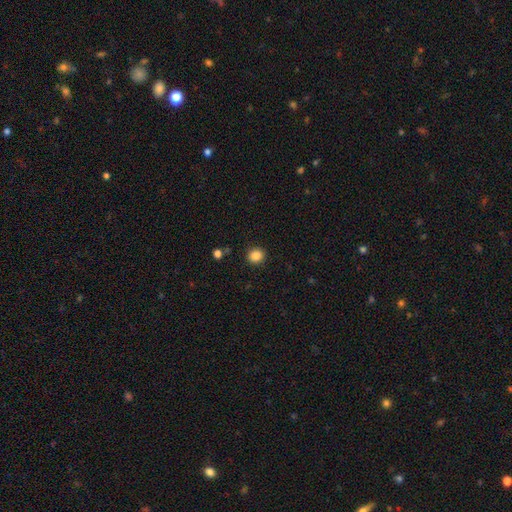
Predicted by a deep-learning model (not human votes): Overall: smooth (86%). How rounded: round (84%). Merging: none (91%).